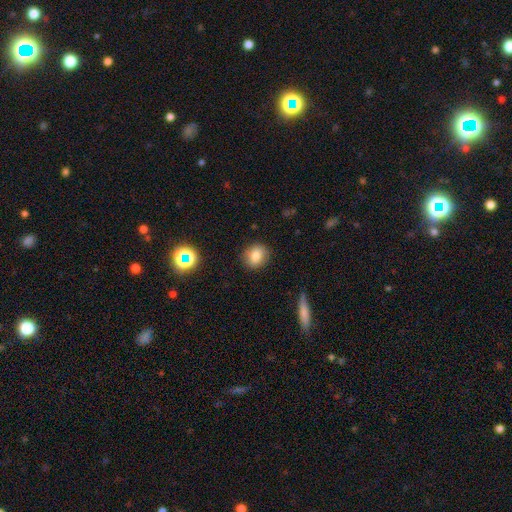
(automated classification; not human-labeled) smooth 80%, star or artifact 11%, featured or disk 8%. Down the decision tree: how rounded — round (73%); merging — none (87%).